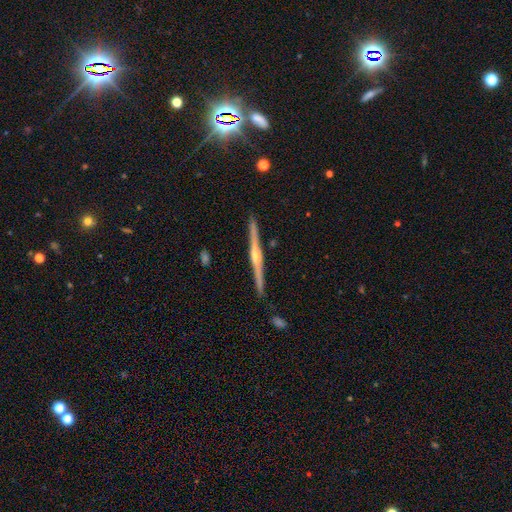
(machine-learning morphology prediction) featured or disk 81%, smooth 14%, star or artifact 5%. Down the decision tree: edge-on disk — yes (98%); edge-on bulge — rounded (86%); merging — none (90%).